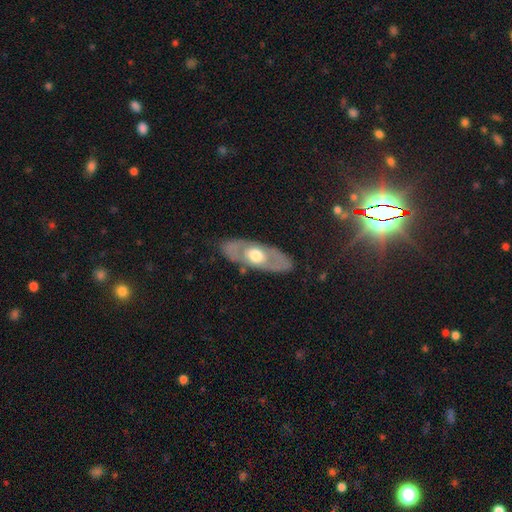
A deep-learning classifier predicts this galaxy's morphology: Smooth or featured?
  - featured or disk: 57% *
  - smooth: 38%
  - star or artifact: 5%
Edge-on disk?
  - no: 77% *
  - yes: 23%
Merging?
  - none: 82% *
  - minor disturbance: 13%
  - major disturbance: 4%
  - merger: 1%